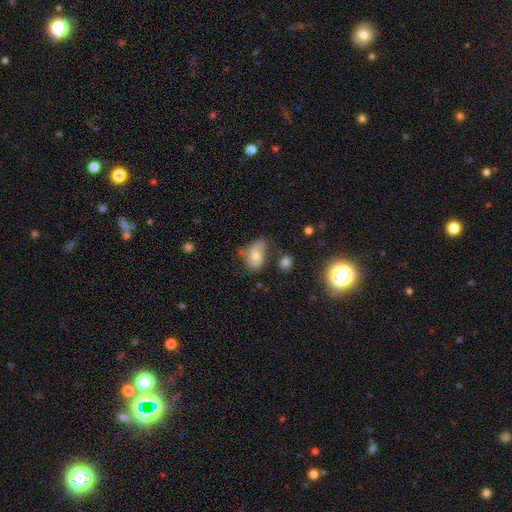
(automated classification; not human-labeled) smooth 60%, featured or disk 31%, star or artifact 10%. Down the decision tree: how rounded — in between (85%); merging — none (41%).